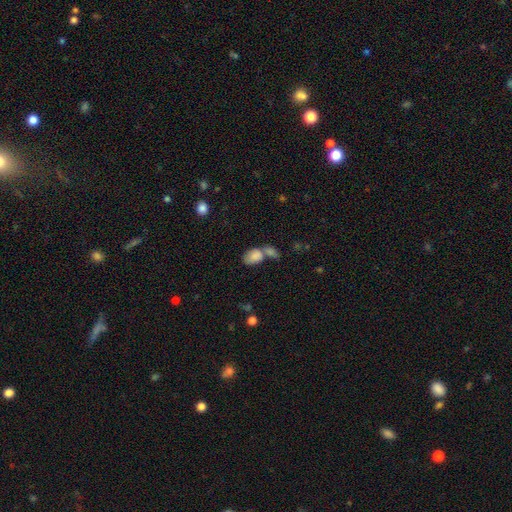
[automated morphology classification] type=smooth (83%); roundness=in between (84%); merging=merger (58%).